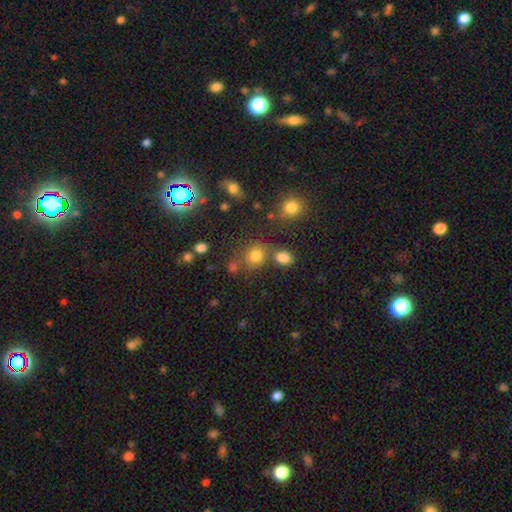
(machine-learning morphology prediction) smooth 76%, star or artifact 16%, featured or disk 8%. Down the decision tree: how rounded — round (76%); merging — none (61%).